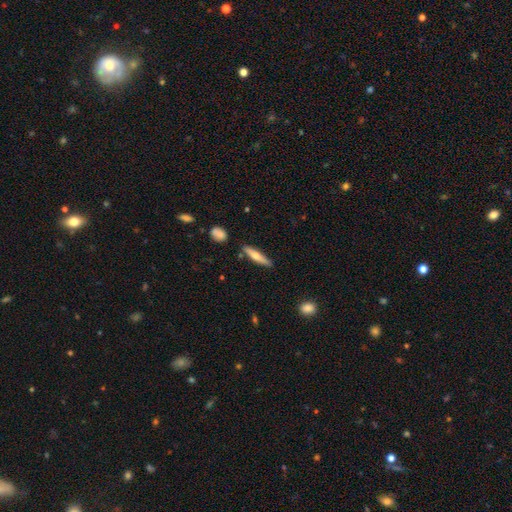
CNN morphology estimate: Smooth or featured? smooth (48%)
Merging? none (85%)